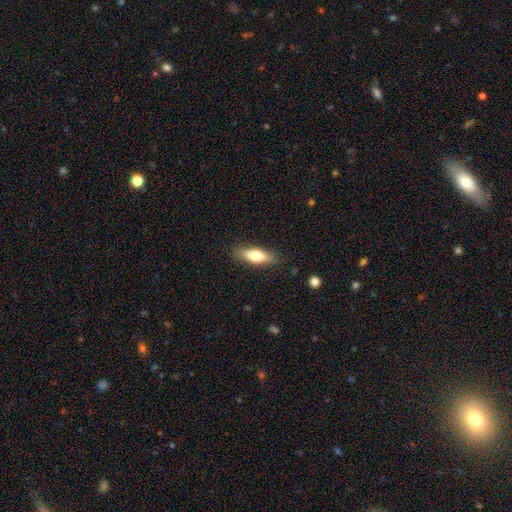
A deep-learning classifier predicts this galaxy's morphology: A smooth galaxy with no disk features (71%) that is in between round and cigar-shaped (55%).

Vote fractions:
- Smooth or featured? smooth: 71% / featured or disk: 22% / star or artifact: 6%
- How rounded? in between: 55% / cigar-shaped: 42% / round: 2%
- Merging? none: 86% / minor disturbance: 10% / major disturbance: 2% / merger: 1%